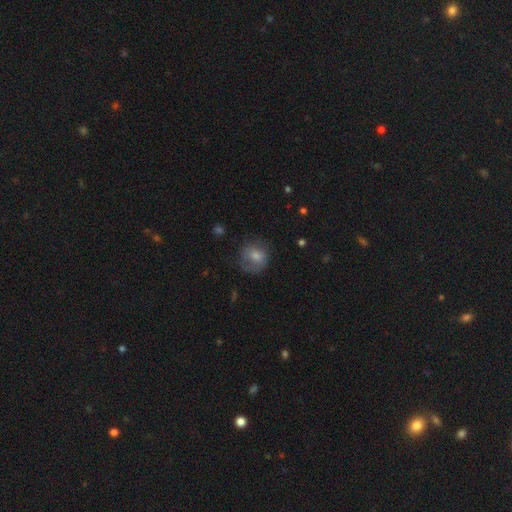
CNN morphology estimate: This appears to be a smooth galaxy with no disk features (72%) that is round (74%). Merging: none (58%).